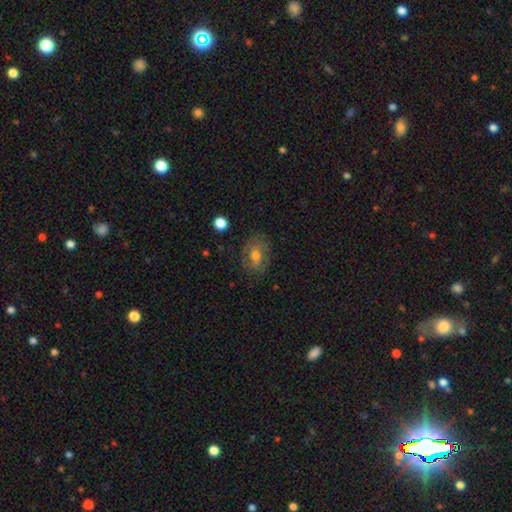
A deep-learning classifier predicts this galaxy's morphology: The model was most divided on "smooth or featured": smooth: 46%, featured or disk: 44%, star or artifact: 10%. More confident: merging — none (71%).